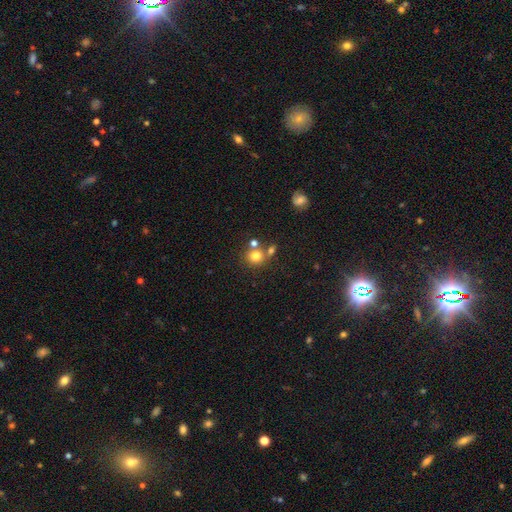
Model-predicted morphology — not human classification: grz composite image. It shows a smooth galaxy with no disk features (77%) that is round (85%). Merging: none (61%).